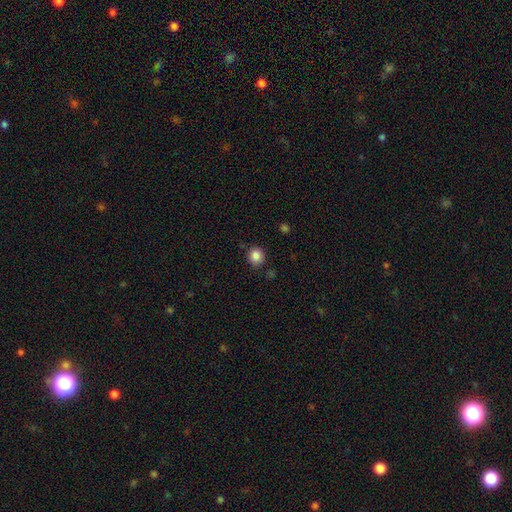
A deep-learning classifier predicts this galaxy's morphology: Smooth or featured?
  - smooth: 86% *
  - star or artifact: 10%
  - featured or disk: 4%
How rounded?
  - round: 86% *
  - in between: 13%
  - cigar-shaped: 1%
Merging?
  - none: 84% *
  - minor disturbance: 11%
  - merger: 3%
  - major disturbance: 3%